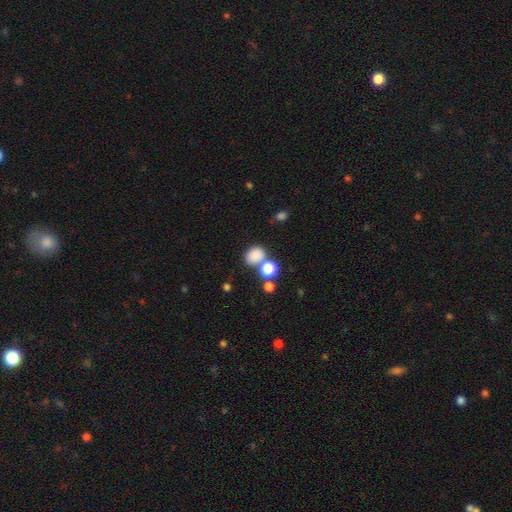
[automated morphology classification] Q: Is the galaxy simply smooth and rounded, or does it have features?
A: smooth — 82%.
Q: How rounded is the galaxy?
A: round — 54%.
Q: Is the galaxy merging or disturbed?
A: none — 54%.